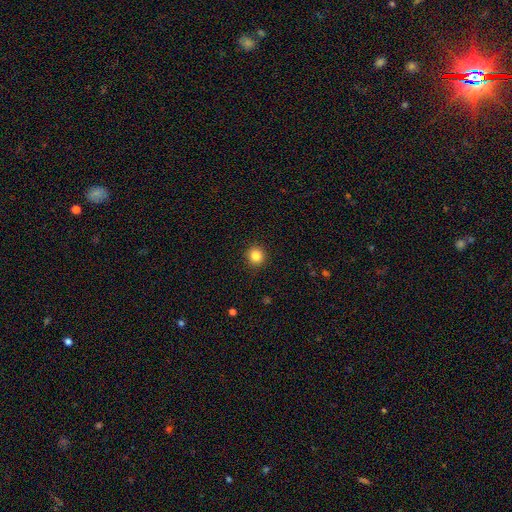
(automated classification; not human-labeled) A smooth galaxy with no disk features (84%) that is round (93%). Merging: none (92%).